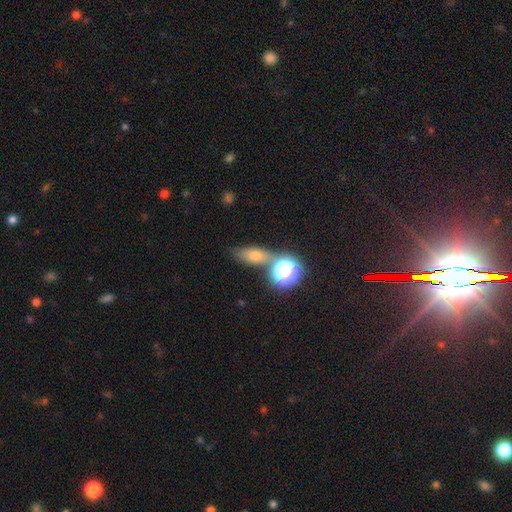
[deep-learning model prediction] Smooth or featured?
  - smooth: 59% *
  - star or artifact: 24%
  - featured or disk: 17%
How rounded?
  - in between: 57% *
  - round: 22%
  - cigar-shaped: 21%
Merging?
  - none: 67% *
  - merger: 15%
  - minor disturbance: 13%
  - major disturbance: 5%